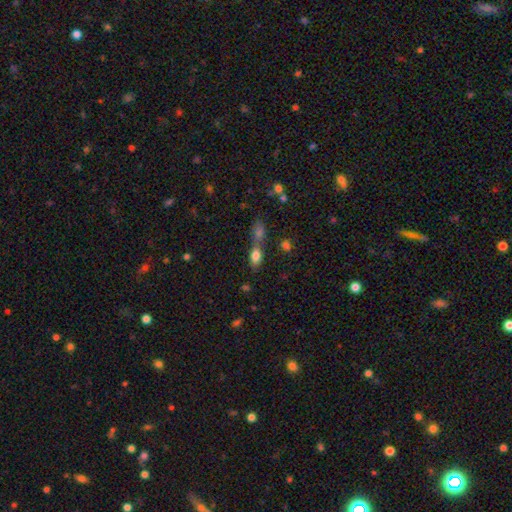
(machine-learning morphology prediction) smooth 79%, star or artifact 11%, featured or disk 10%. Down the decision tree: how rounded — in between (81%); merging — merger (44%).